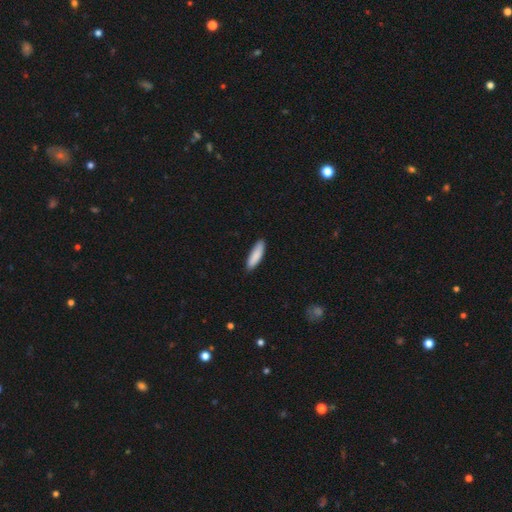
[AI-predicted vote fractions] Overall: smooth (88%). How rounded: cigar-shaped (59%; in between 39%). Merging: none (87%).